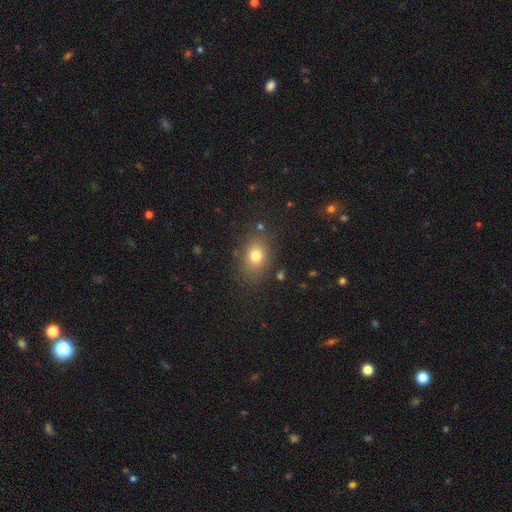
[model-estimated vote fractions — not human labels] smooth 76%, star or artifact 13%, featured or disk 11%. Down the decision tree: how rounded — in between (65%); merging — none (82%).